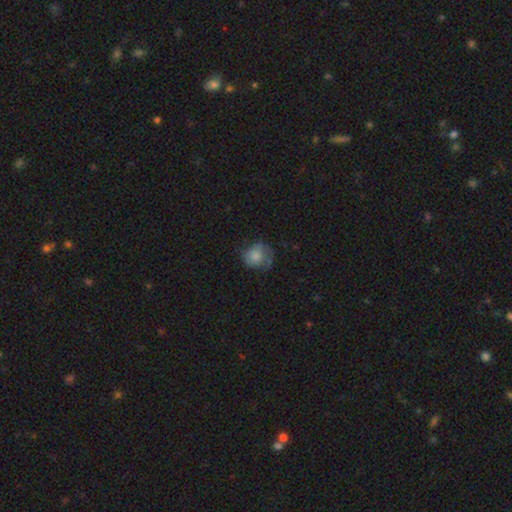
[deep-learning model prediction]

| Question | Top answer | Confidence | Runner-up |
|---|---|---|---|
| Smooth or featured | smooth | 59% | featured or disk (32%) |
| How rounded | round | 71% | in between (28%) |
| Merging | none | 50% | minor disturbance (29%) |